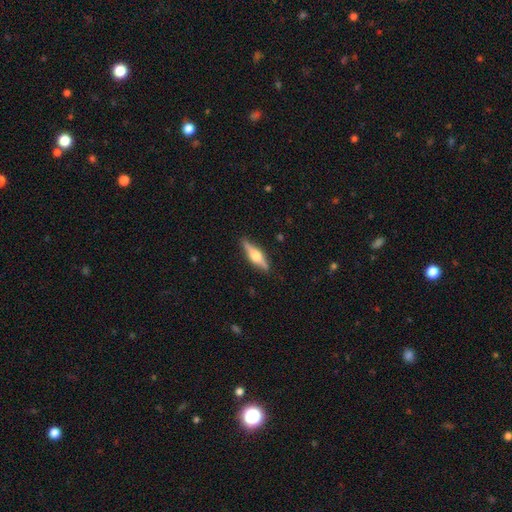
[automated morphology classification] smooth_or_featured: featured or disk (p=0.64) [alt: smooth p=0.30]
disk_edge_on: yes (p=0.96) [alt: no p=0.04]
edge_on_bulge: rounded (p=0.93) [alt: boxy p=0.05]
merging: none (p=0.88) [alt: minor disturbance p=0.09]